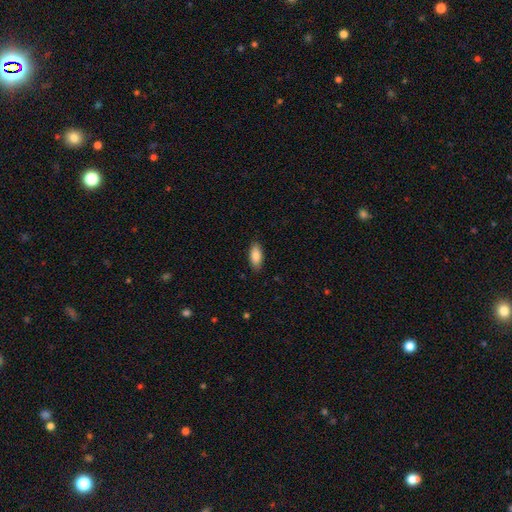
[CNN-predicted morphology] This is clearly a smooth galaxy (88%). How rounded: clearly in between (88%). Merging: clearly none (88%).